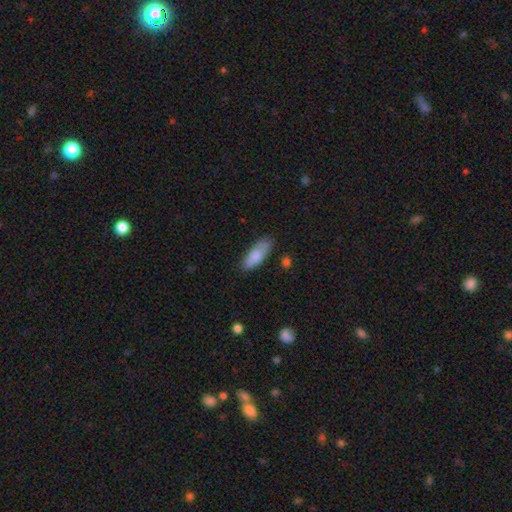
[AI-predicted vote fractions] This is clearly a smooth galaxy (83%). How rounded: likely in between (69%). Merging: likely none (72%).